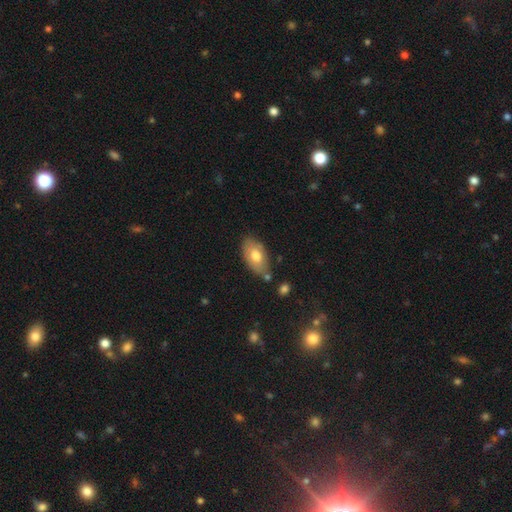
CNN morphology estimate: A smooth galaxy with no disk features (68%) that is in between round and cigar-shaped (93%).

Vote fractions:
- Smooth or featured? smooth: 68% / featured or disk: 26% / star or artifact: 6%
- How rounded? in between: 93% / round: 5% / cigar-shaped: 3%
- Merging? none: 69% / minor disturbance: 20% / merger: 6% / major disturbance: 4%